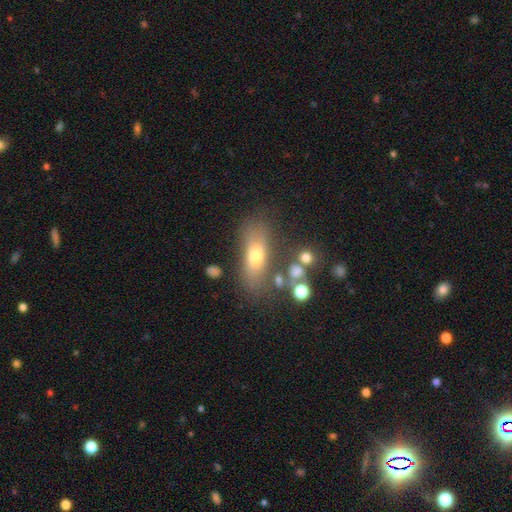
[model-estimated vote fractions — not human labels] Smooth or featured? smooth (61%)
How rounded? in between (64%)
Merging? none (60%)